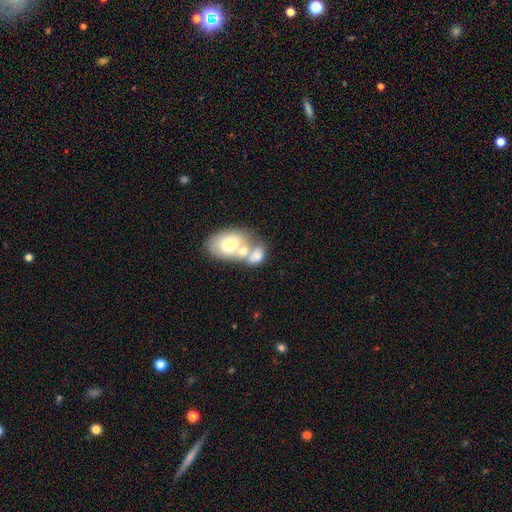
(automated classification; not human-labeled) smooth-or-featured: smooth: 63% | featured or disk: 29% | star or artifact: 8%
  how-rounded: in between: 84% | round: 15% | cigar-shaped: 2%
  merging: merger: 67% | none: 18% | minor disturbance: 9% | major disturbance: 7%